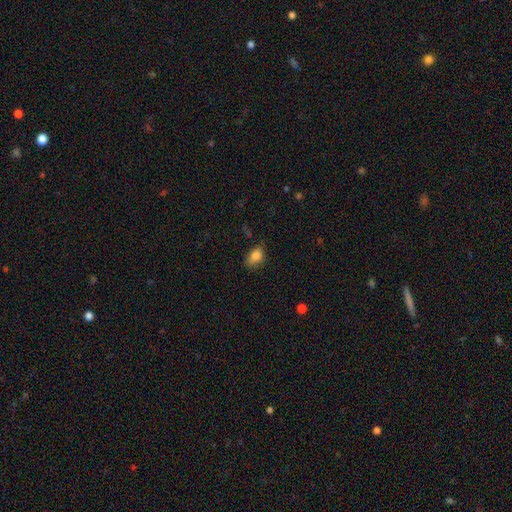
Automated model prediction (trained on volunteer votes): Smooth or featured? smooth (84%)
How rounded? in between (75%)
Merging? none (60%)